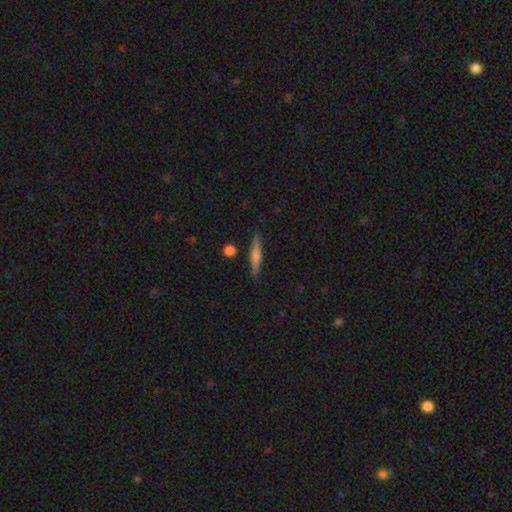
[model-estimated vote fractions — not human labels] The model was most divided on "smooth or featured": featured or disk: 53%, smooth: 40%, star or artifact: 7%. More confident: edge-on disk — yes (97%); merging — none (89%); edge-on bulge — rounded (67%).